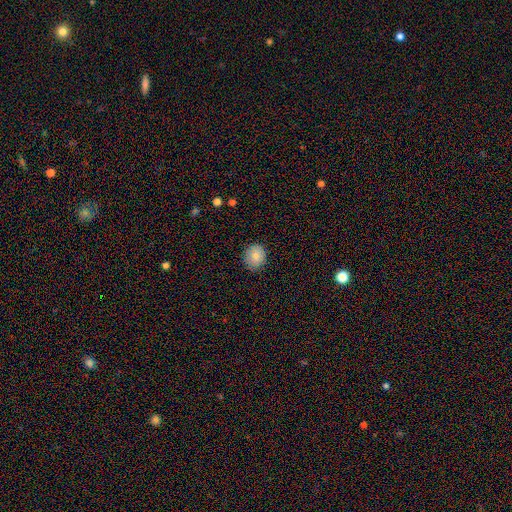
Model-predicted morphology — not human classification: A smooth galaxy with no disk features (84%) that is round (69%). Merging: none (86%).